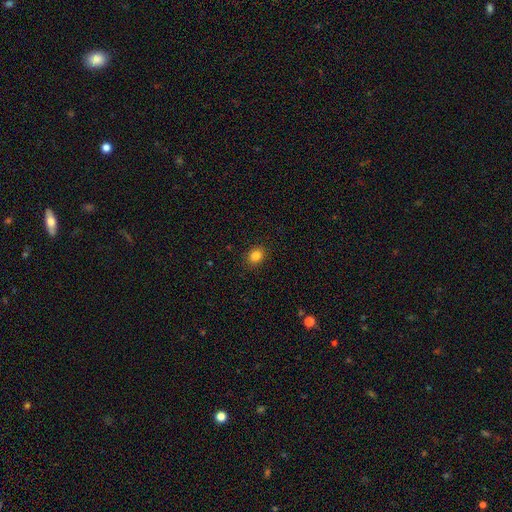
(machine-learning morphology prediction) Overall: smooth (84%). How rounded: round (55%; in between 44%). Merging: none (89%).